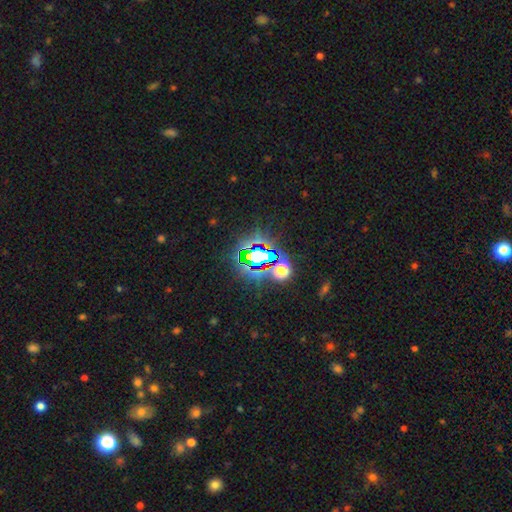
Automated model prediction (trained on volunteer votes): A star or artifact, not a galaxy (74%).